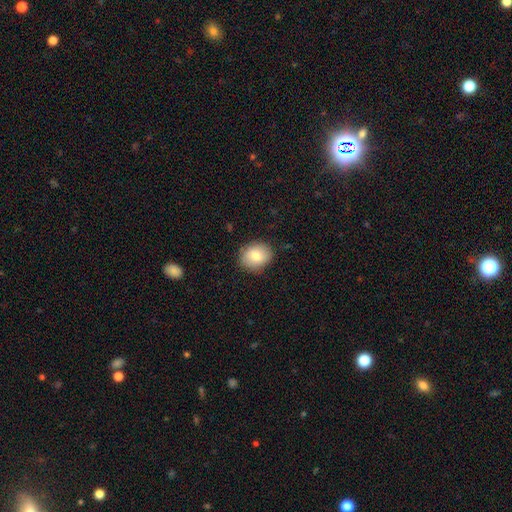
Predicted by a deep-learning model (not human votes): smooth_or_featured: smooth (p=0.81) [alt: featured or disk p=0.12]
how_rounded: round (p=0.52) [alt: in between p=0.47]
merging: none (p=0.86) [alt: minor disturbance p=0.11]